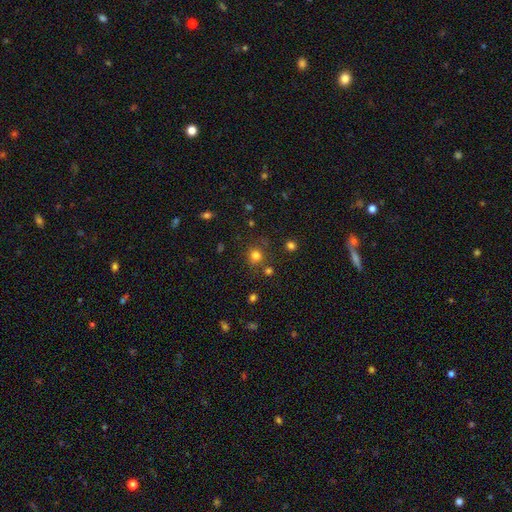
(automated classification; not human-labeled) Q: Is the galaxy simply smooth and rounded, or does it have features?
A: smooth — 77%.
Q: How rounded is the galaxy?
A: round — 87%.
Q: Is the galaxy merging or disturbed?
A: none — 77%.